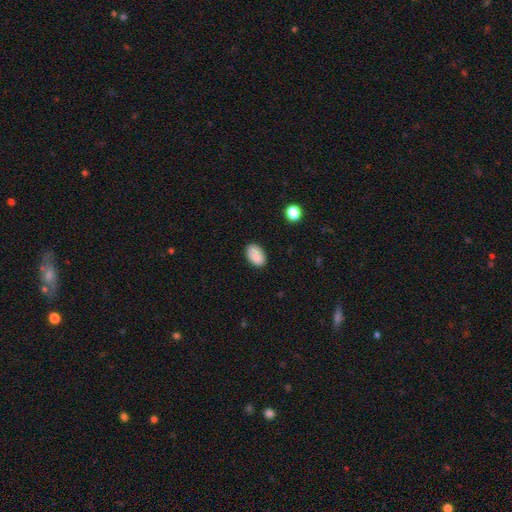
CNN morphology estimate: smooth-or-featured: smooth: 85% | star or artifact: 8% | featured or disk: 7%
  how-rounded: in between: 90% | round: 9% | cigar-shaped: 1%
  merging: none: 81% | minor disturbance: 15% | major disturbance: 3% | merger: 2%